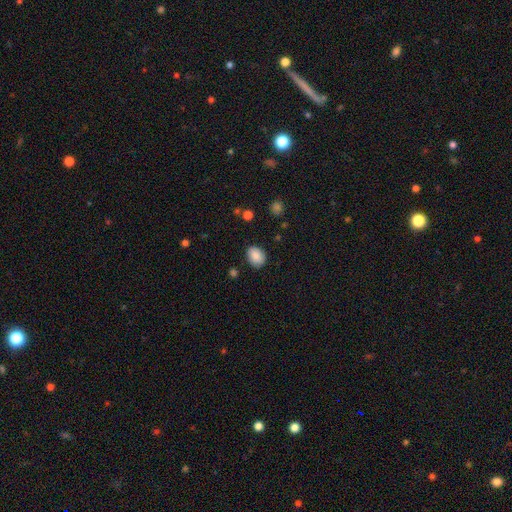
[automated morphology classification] Smooth or featured?
  - smooth: 88% *
  - star or artifact: 8%
  - featured or disk: 4%
How rounded?
  - in between: 64% *
  - round: 35%
  - cigar-shaped: 1%
Merging?
  - none: 83% *
  - minor disturbance: 12%
  - major disturbance: 3%
  - merger: 1%